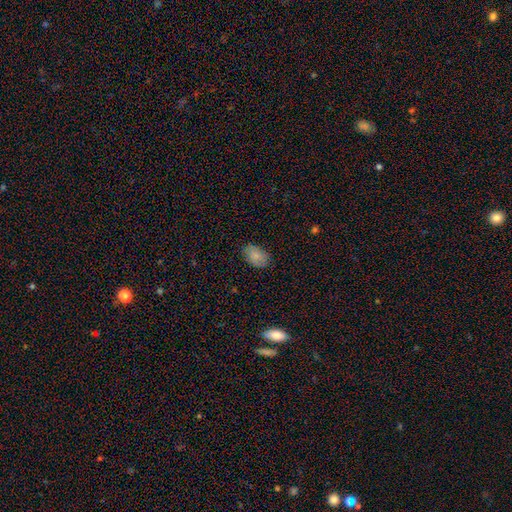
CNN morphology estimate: This is clearly a smooth galaxy (83%). How rounded: clearly in between (88%). Merging: clearly none (81%).